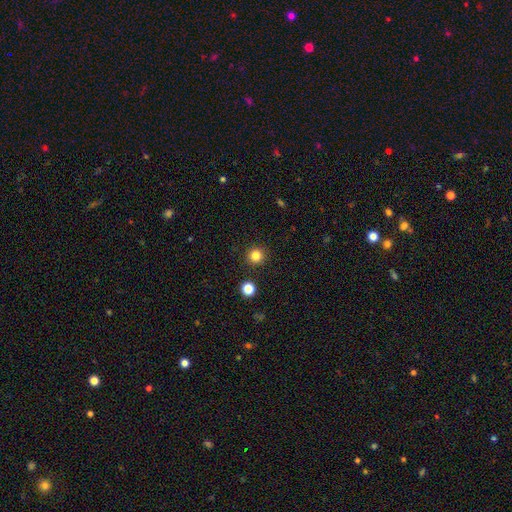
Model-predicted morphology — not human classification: Smooth or featured? smooth (82%)
How rounded? round (95%)
Merging? none (92%)